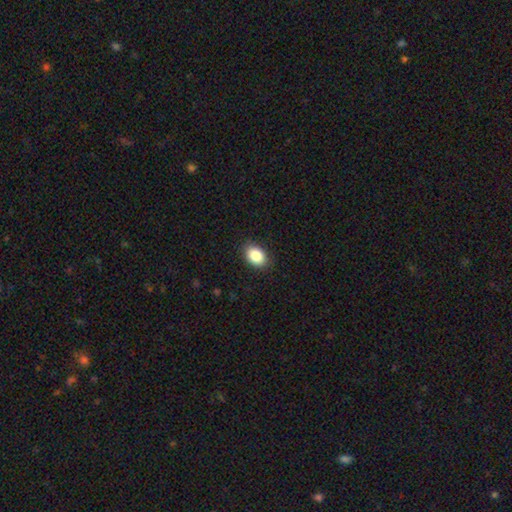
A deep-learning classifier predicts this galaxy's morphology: smooth_or_featured: smooth (p=0.87) [alt: star or artifact p=0.08]
how_rounded: in between (p=0.78) [alt: round p=0.21]
merging: none (p=0.88) [alt: minor disturbance p=0.09]